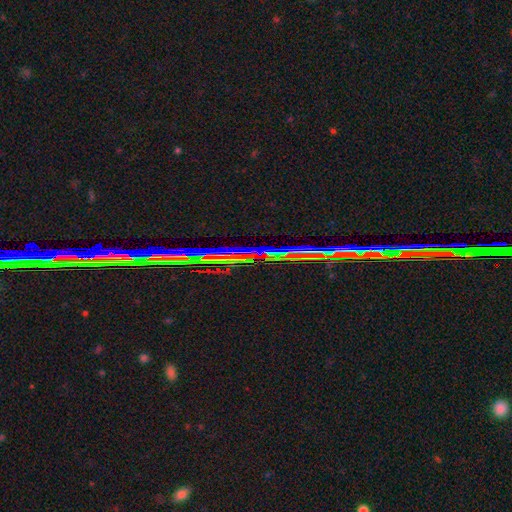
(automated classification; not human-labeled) A star or artifact, not a galaxy (83%).